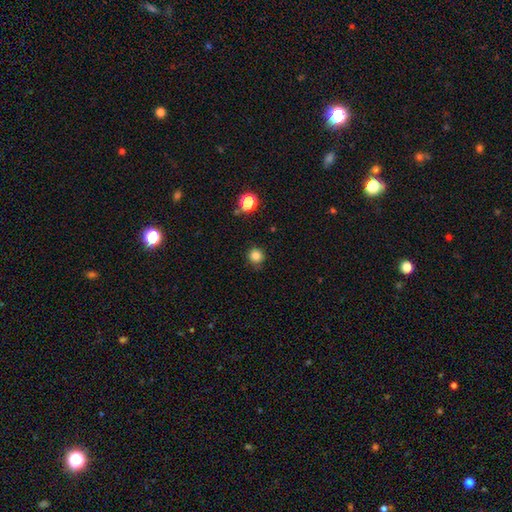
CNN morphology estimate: smooth 84%, star or artifact 12%, featured or disk 4%. Down the decision tree: how rounded — round (93%); merging — none (86%).